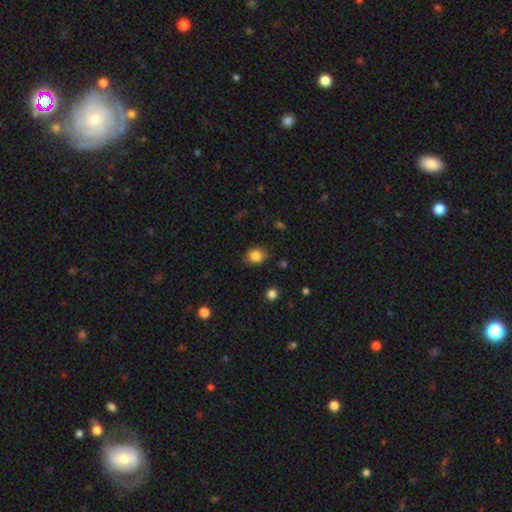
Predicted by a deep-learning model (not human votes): Q: Smooth or featured?
A: smooth (84%); runner-up: star or artifact (10%)
Q: How rounded?
A: round (55%); runner-up: in between (44%)
Q: Merging?
A: none (83%); runner-up: minor disturbance (12%)